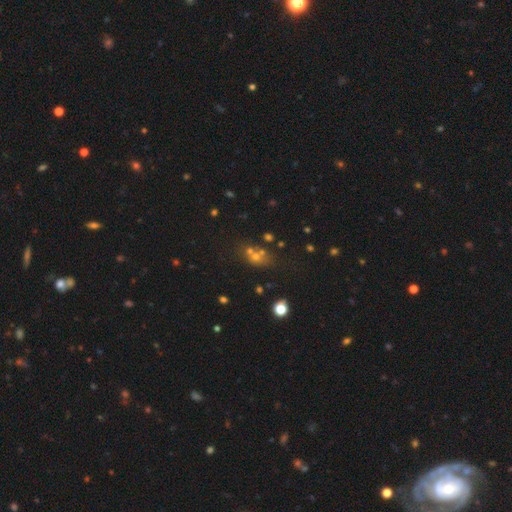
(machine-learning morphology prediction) Smooth or featured?
  - smooth: 52% *
  - star or artifact: 27%
  - featured or disk: 21%
How rounded?
  - round: 56% *
  - in between: 41%
  - cigar-shaped: 2%
Merging?
  - merger: 40% * (tied)
  - none: 40% * (tied)
  - minor disturbance: 12%
  - major disturbance: 8%